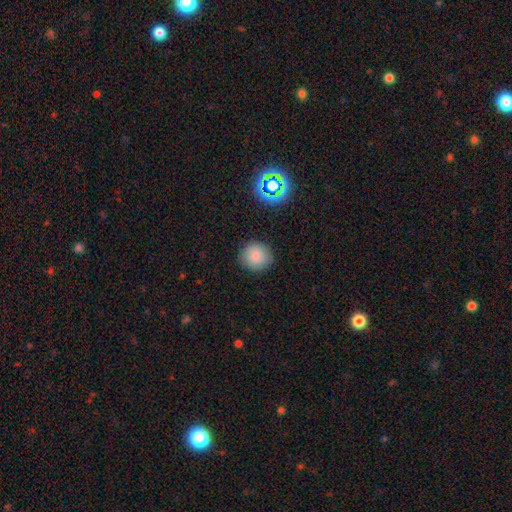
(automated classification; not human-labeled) Smooth or featured? smooth (81%)
How rounded? round (91%)
Merging? none (87%)